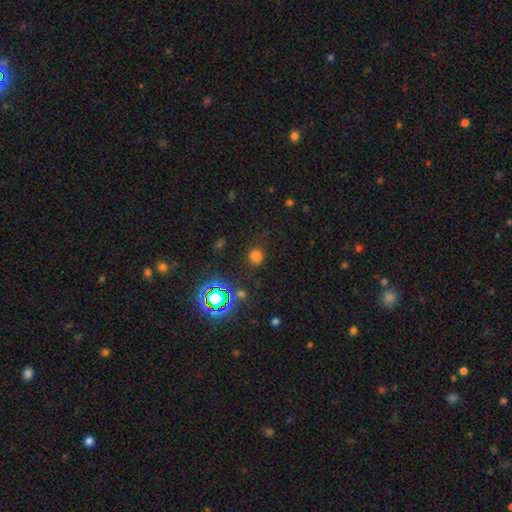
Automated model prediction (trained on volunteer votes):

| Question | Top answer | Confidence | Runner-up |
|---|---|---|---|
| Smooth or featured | smooth | 65% | star or artifact (29%) |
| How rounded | round | 73% | in between (26%) |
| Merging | none | 76% | minor disturbance (13%) |